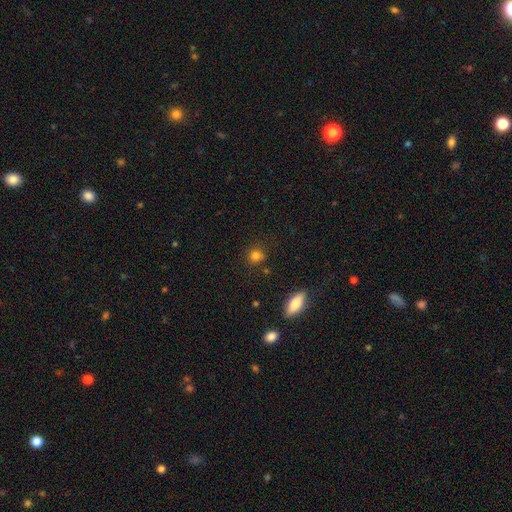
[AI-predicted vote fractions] This is clearly a smooth galaxy (80%). How rounded: likely round (79%). Merging: clearly none (81%).